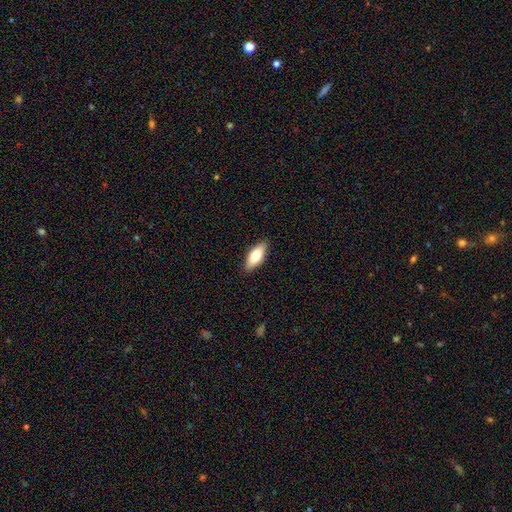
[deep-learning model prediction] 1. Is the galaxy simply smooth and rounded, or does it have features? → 73% smooth, 21% featured or disk, 6% star or artifact.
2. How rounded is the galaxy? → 82% in between, 16% cigar-shaped, 2% round.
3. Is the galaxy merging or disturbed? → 88% none, 9% minor disturbance, 2% major disturbance, 1% merger.